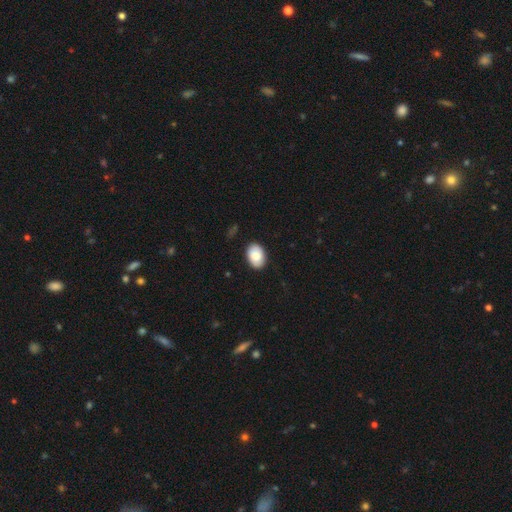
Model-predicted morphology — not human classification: A smooth galaxy with no disk features (86%) that is in between round and cigar-shaped (85%).

Vote fractions:
- Smooth or featured? smooth: 86% / featured or disk: 8% / star or artifact: 7%
- How rounded? in between: 85% / round: 14% / cigar-shaped: 1%
- Merging? none: 88% / minor disturbance: 9% / major disturbance: 2% / merger: 1%